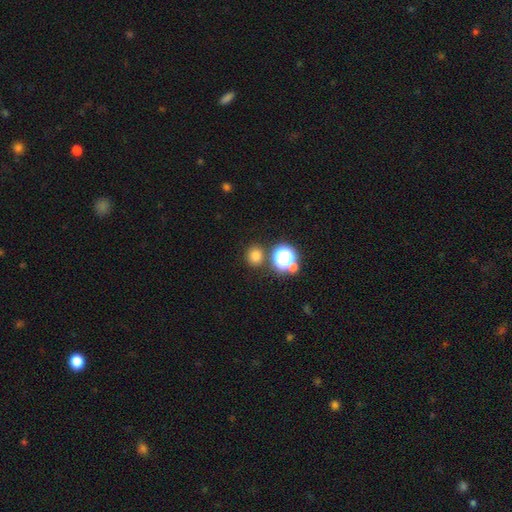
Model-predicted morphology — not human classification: The model was most divided on "smooth or featured": smooth: 74%, star or artifact: 20%, featured or disk: 6%. More confident: merging — none (81%); how rounded — round (80%).